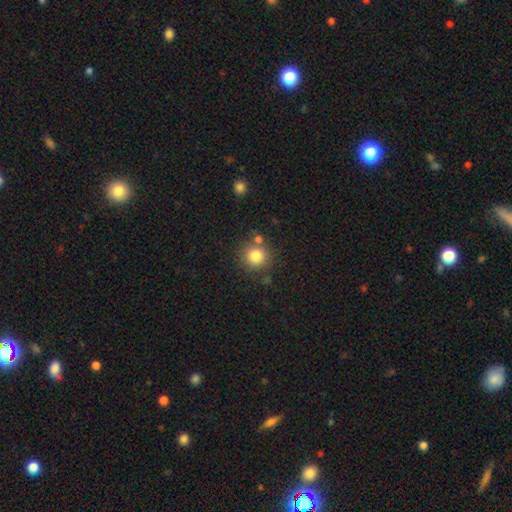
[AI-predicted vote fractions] Smooth or featured: smooth — 81% (star or artifact — 11%)
How rounded: round — 92% (in between — 8%)
Merging: none — 76% (merger — 11%)